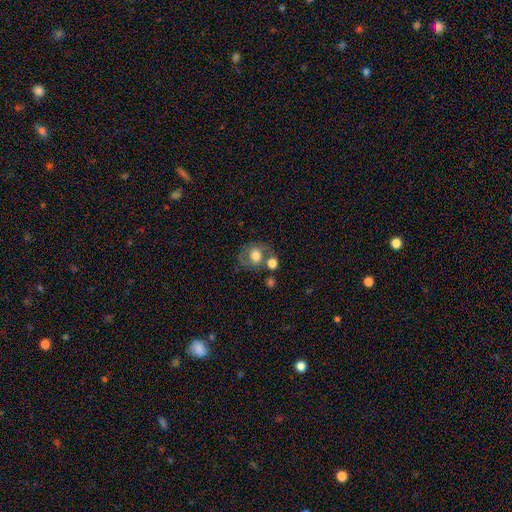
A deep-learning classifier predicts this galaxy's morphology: A smooth galaxy with no disk features (62%) that is round (68%).

Vote fractions:
- Smooth or featured? smooth: 62% / featured or disk: 28% / star or artifact: 10%
- How rounded? round: 68% / in between: 31% / cigar-shaped: 1%
- Merging? none: 50% / merger: 25% / minor disturbance: 16% / major disturbance: 10%